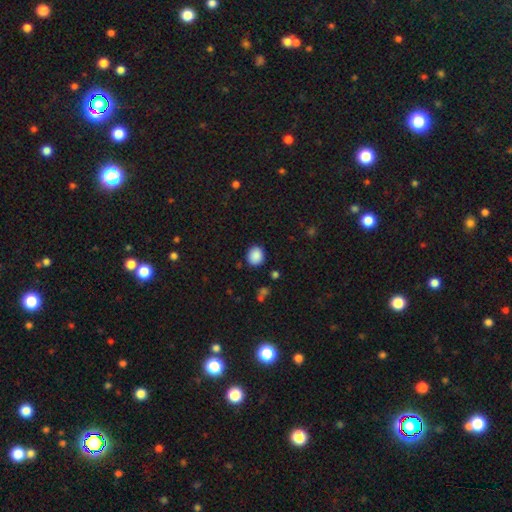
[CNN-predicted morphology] smooth_or_featured: smooth (p=0.88) [alt: star or artifact p=0.09]
how_rounded: round (p=0.75) [alt: in between p=0.24]
merging: none (p=0.86) [alt: minor disturbance p=0.09]